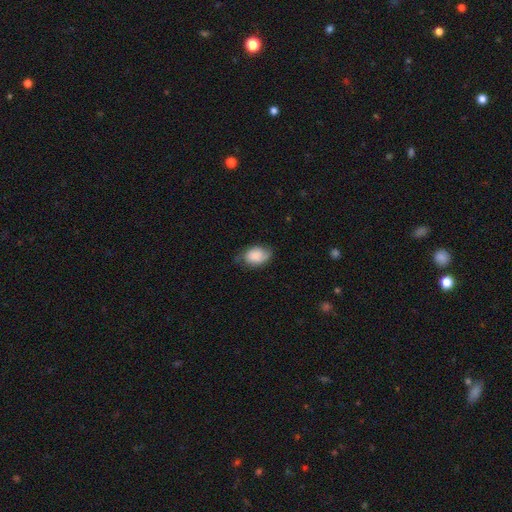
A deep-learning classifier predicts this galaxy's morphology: smooth-or-featured: smooth: 74% | featured or disk: 18% | star or artifact: 8%
  how-rounded: in between: 80% | round: 18% | cigar-shaped: 1%
  merging: none: 55% | minor disturbance: 33% | major disturbance: 10% | merger: 2%